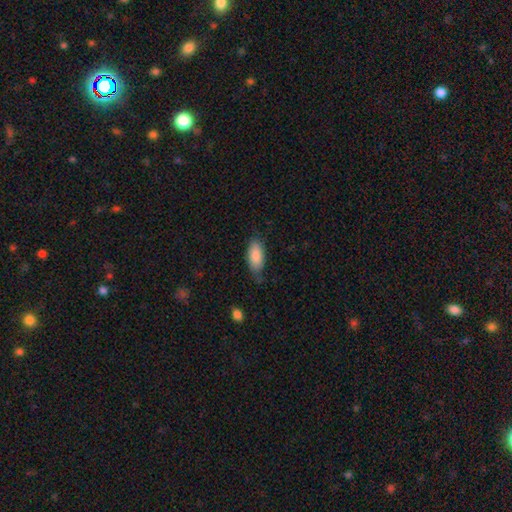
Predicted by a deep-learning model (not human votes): This is clearly a smooth galaxy (87%). How rounded: clearly in between (88%). Merging: likely none (65%).